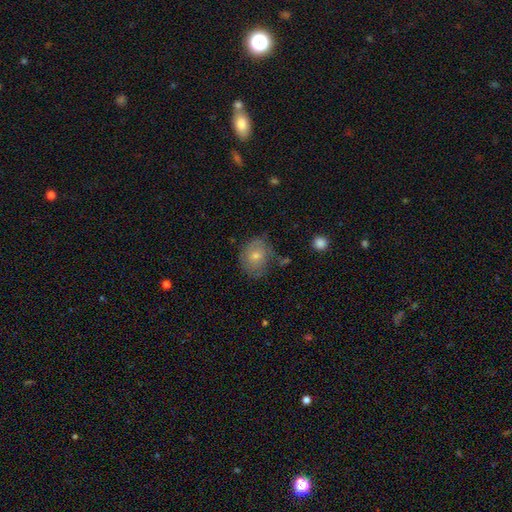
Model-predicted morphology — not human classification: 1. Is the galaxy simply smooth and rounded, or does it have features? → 50% smooth, 39% featured or disk, 12% star or artifact.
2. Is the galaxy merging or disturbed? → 68% none, 23% minor disturbance, 7% major disturbance, 3% merger.